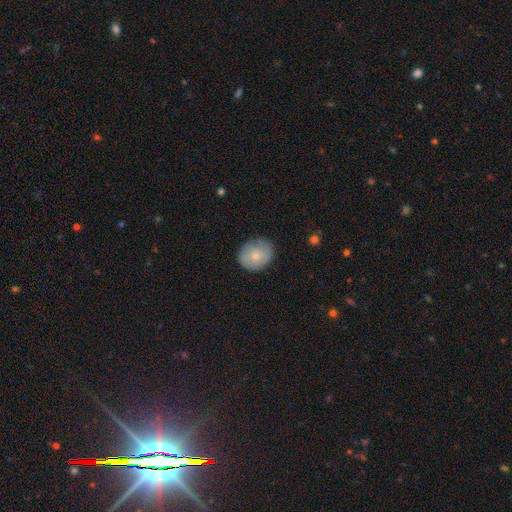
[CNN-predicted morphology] Smooth or featured: smooth — 72% (featured or disk — 21%)
How rounded: round — 66% (in between — 33%)
Merging: none — 80% (minor disturbance — 15%)